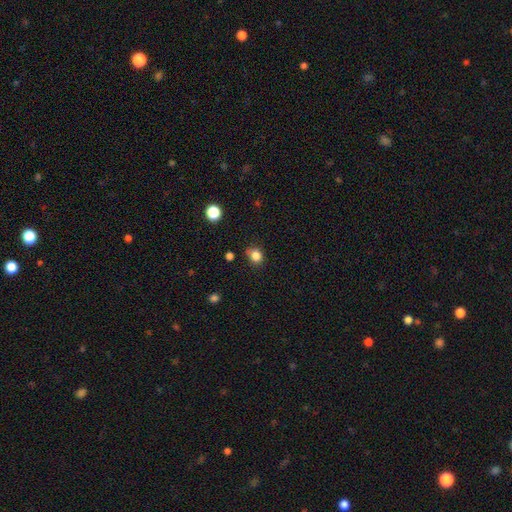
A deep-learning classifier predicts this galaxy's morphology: smooth_or_featured: smooth (p=0.83) [alt: star or artifact p=0.13]
how_rounded: round (p=0.74) [alt: in between p=0.25]
merging: none (p=0.71) [alt: minor disturbance p=0.20]